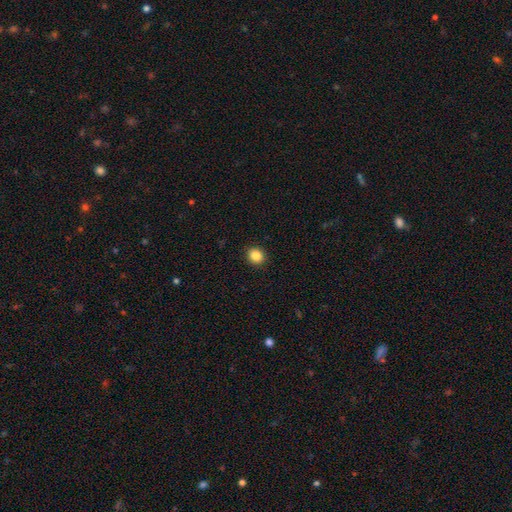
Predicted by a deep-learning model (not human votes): Smooth or featured? smooth (86%)
How rounded? round (78%)
Merging? none (92%)